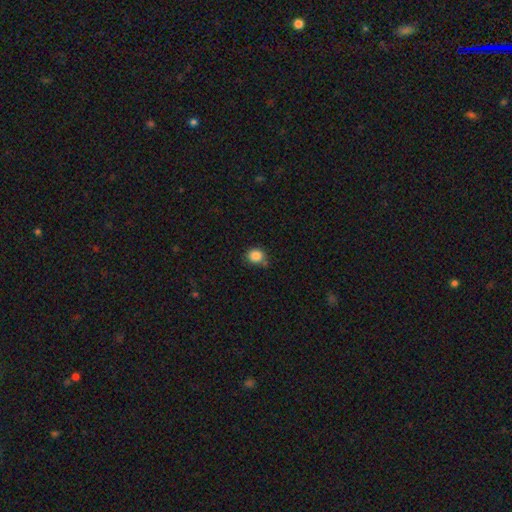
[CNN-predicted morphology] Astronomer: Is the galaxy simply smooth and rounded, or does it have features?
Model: smooth — 86%.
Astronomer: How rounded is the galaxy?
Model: round — 81%.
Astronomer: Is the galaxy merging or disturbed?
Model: none — 73%.